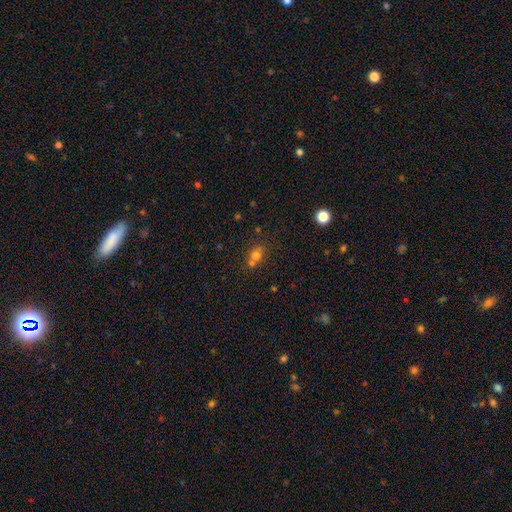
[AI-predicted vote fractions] Smooth or featured? smooth (65%)
How rounded? round (71%)
Merging? merger (45%)